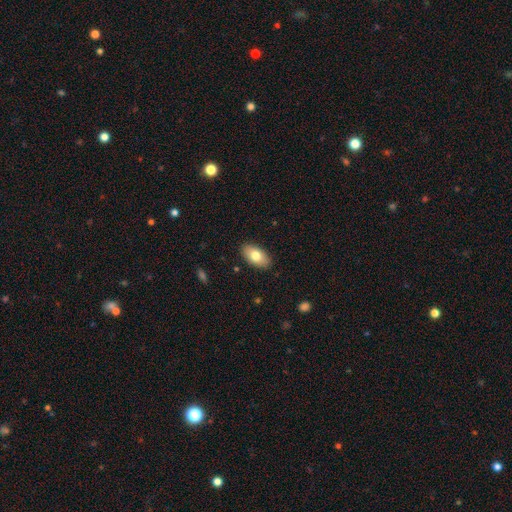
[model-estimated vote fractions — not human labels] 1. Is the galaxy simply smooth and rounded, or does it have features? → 77% smooth, 16% featured or disk, 7% star or artifact.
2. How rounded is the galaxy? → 94% in between, 4% round, 2% cigar-shaped.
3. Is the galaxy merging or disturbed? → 88% none, 9% minor disturbance, 2% major disturbance, 1% merger.